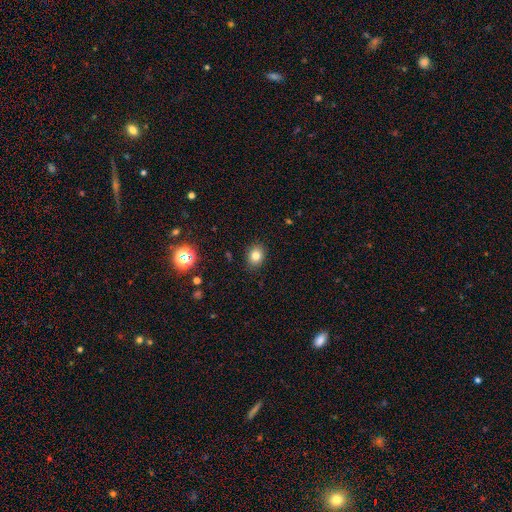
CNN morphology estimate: Smooth or featured? smooth (80%)
How rounded? round (55%)
Merging? none (89%)